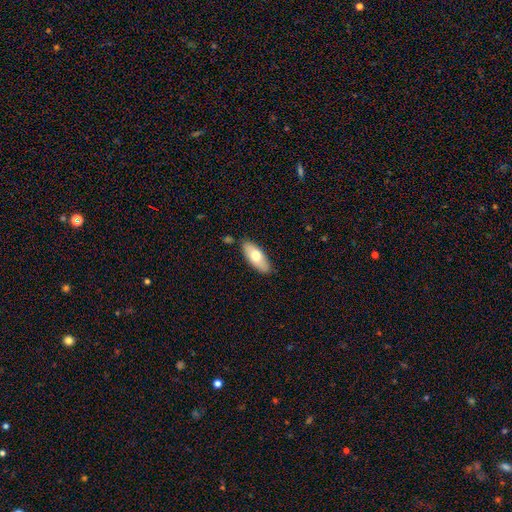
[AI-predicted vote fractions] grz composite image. It shows a smooth galaxy with no disk features (67%) that is in between round and cigar-shaped (79%). Merging: none (84%).